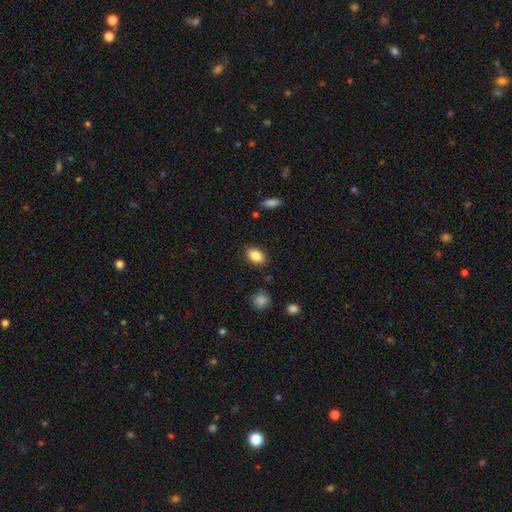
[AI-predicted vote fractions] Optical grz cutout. It shows a smooth galaxy with no disk features (86%) that is in between round and cigar-shaped (87%). Merging: none (86%).